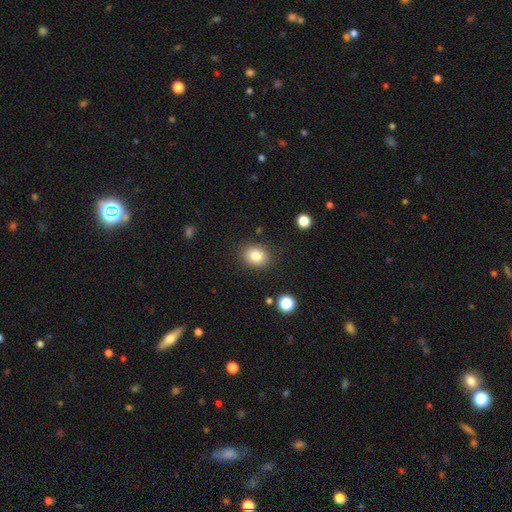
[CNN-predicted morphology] Smooth or featured? smooth (84%)
How rounded? round (58%)
Merging? none (86%)